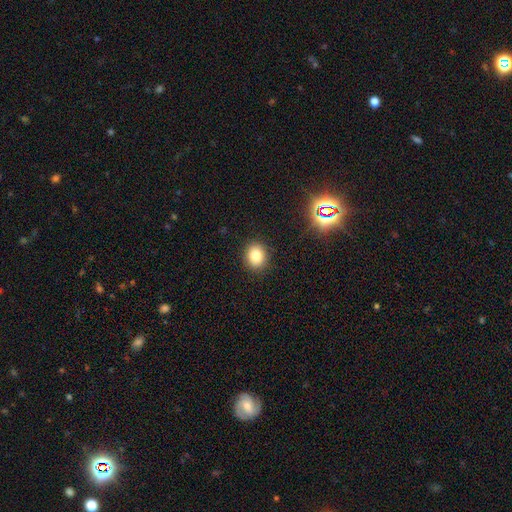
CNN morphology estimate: This is clearly a smooth galaxy (81%). How rounded: likely round (68%). Merging: clearly none (89%).